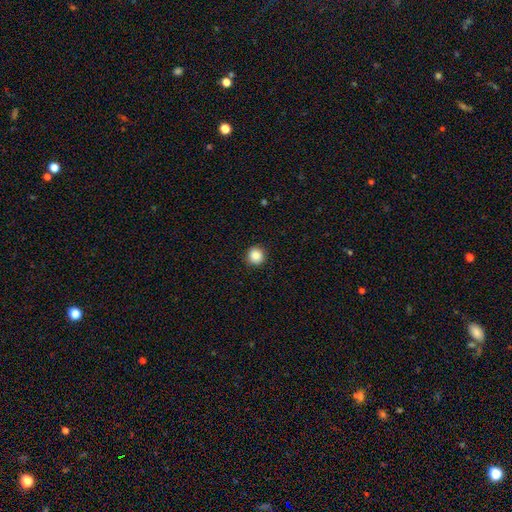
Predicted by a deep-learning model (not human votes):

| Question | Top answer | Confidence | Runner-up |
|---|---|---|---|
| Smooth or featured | smooth | 88% | star or artifact (9%) |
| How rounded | round | 95% | in between (4%) |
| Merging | none | 92% | minor disturbance (5%) |